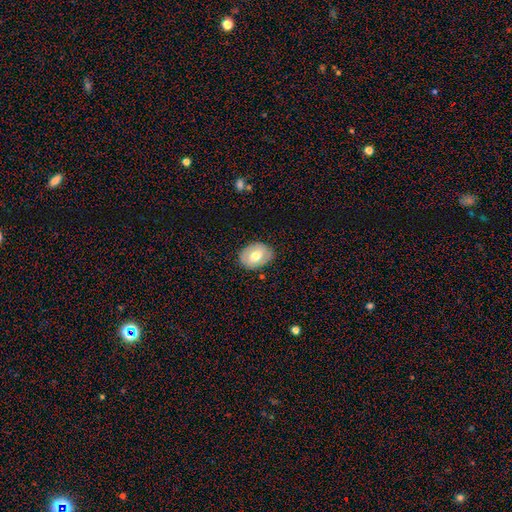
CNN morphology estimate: Smooth or featured? Predicted: smooth (p=0.56). How rounded? Predicted: in between (p=0.69). Merging? Predicted: none (p=0.82).